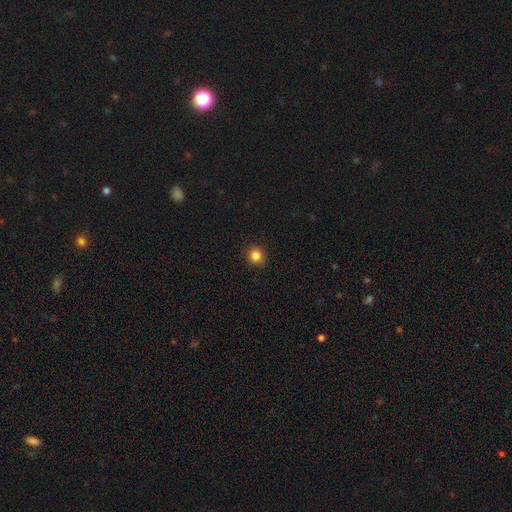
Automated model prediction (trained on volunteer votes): Q: Smooth or featured?
A: smooth (83%); runner-up: star or artifact (12%)
Q: How rounded?
A: round (84%); runner-up: in between (15%)
Q: Merging?
A: none (90%); runner-up: minor disturbance (7%)